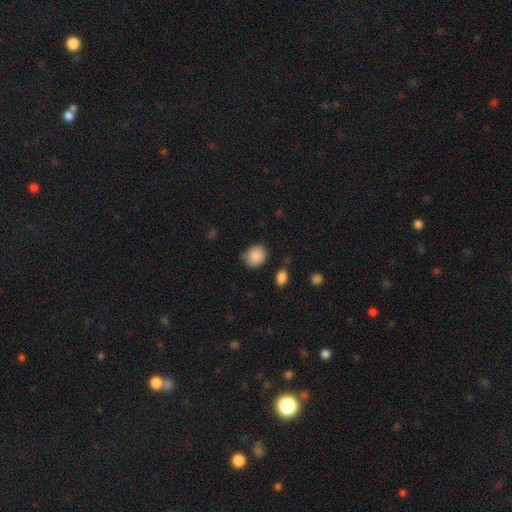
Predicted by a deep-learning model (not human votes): Smooth or featured? Predicted: smooth (p=0.88). How rounded? Predicted: round (p=0.63). Merging? Predicted: none (p=0.66).